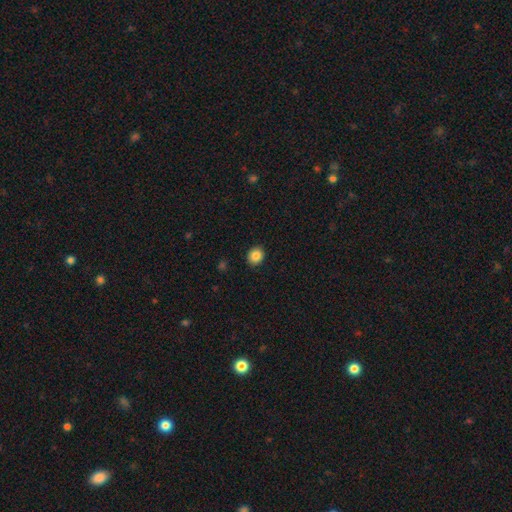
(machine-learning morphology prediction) Smooth or featured?
  - smooth: 86% *
  - star or artifact: 9%
  - featured or disk: 5%
How rounded?
  - round: 74% *
  - in between: 25%
  - cigar-shaped: 1%
Merging?
  - none: 91% *
  - minor disturbance: 6%
  - major disturbance: 2%
  - merger: 1%